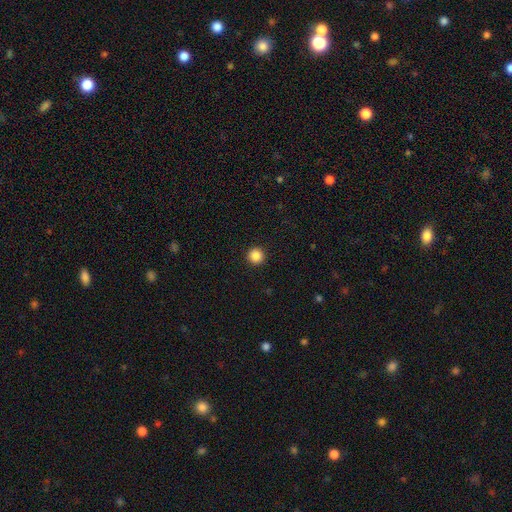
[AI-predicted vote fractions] This is clearly a smooth galaxy (87%). How rounded: clearly round (96%). Merging: clearly none (93%).